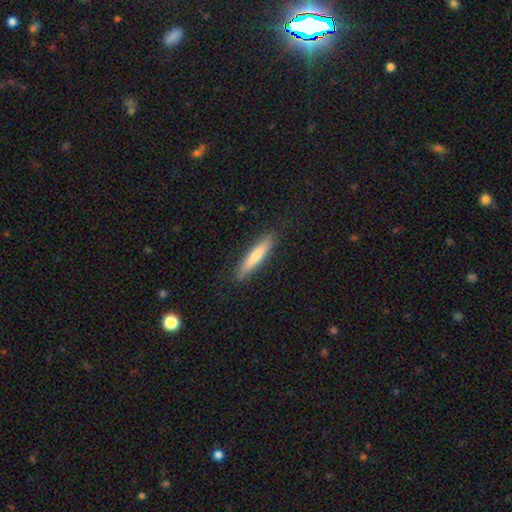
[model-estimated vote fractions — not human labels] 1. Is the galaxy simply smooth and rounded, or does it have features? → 67% smooth, 27% featured or disk, 6% star or artifact.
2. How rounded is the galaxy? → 91% cigar-shaped, 8% in between, 1% round.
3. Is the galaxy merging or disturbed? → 88% none, 9% minor disturbance, 2% major disturbance, 1% merger.